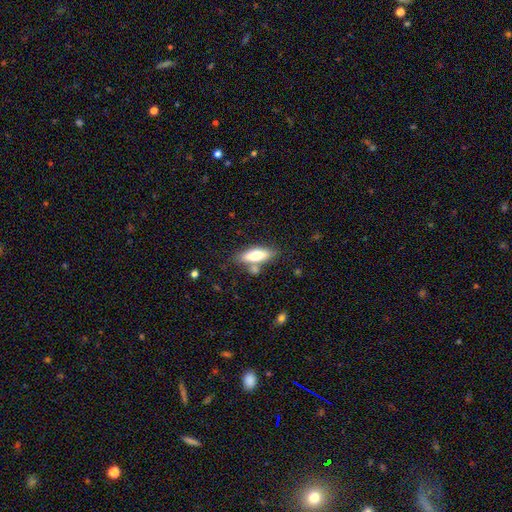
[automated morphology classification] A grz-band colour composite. It shows a smooth galaxy with no disk features (67%) that is in between round and cigar-shaped (60%). Merging: none (68%).